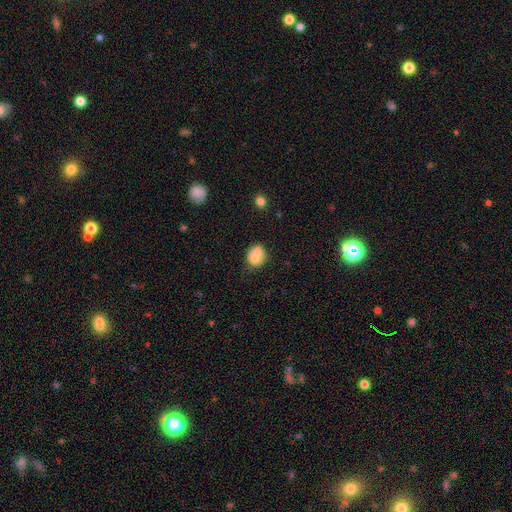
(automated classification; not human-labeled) Overall: smooth (72%). How rounded: round (65%; in between 34%). Merging: merger (40%; none 39%).